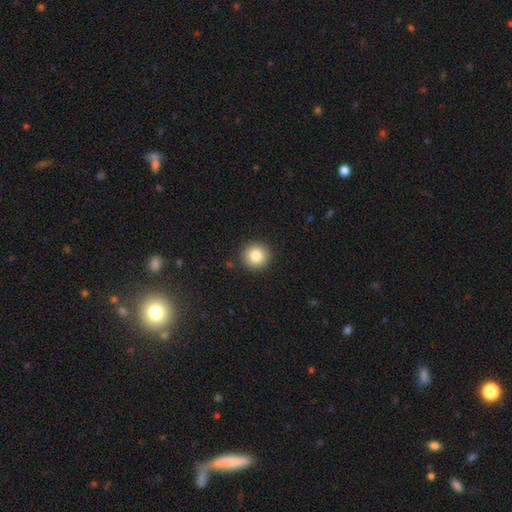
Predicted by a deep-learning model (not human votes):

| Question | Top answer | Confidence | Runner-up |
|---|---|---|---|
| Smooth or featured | smooth | 83% | star or artifact (9%) |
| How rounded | round | 94% | in between (5%) |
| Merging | none | 91% | minor disturbance (6%) |